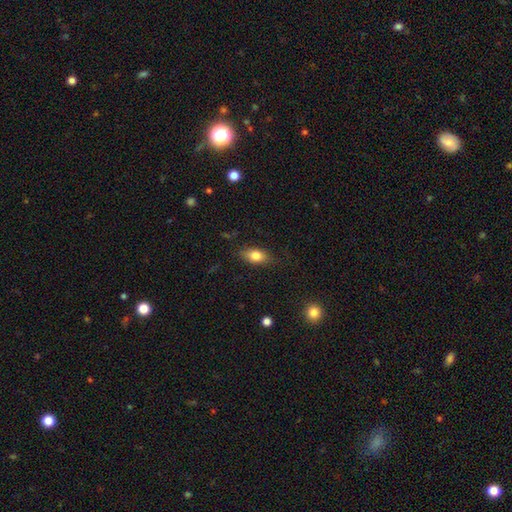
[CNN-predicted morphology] Smooth or featured? smooth (78%)
How rounded? in between (82%)
Merging? none (81%)